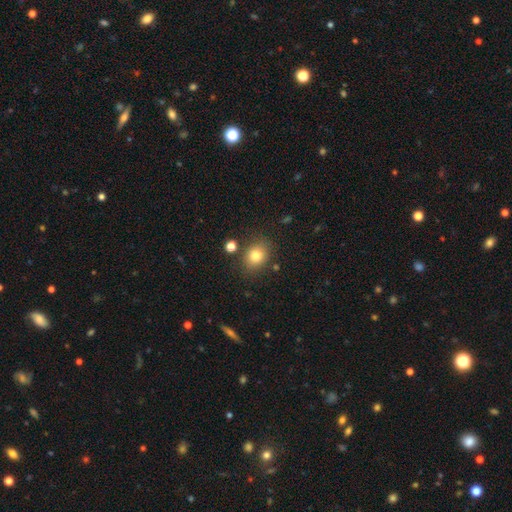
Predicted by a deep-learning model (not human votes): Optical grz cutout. It shows a smooth galaxy with no disk features (80%) that is round (55%). Merging: none (79%).